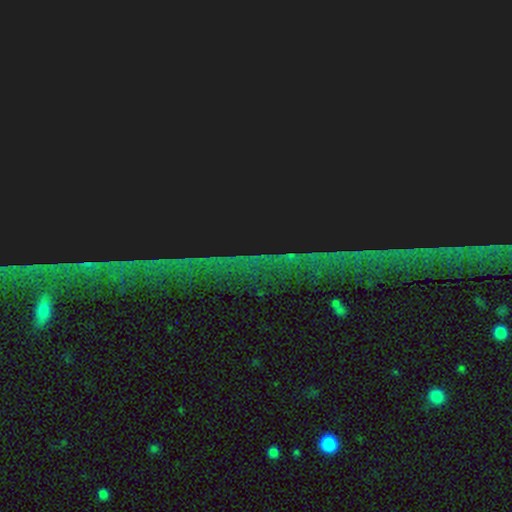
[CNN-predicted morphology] smooth_or_featured: star or artifact (p=0.87) [alt: featured or disk p=0.07]